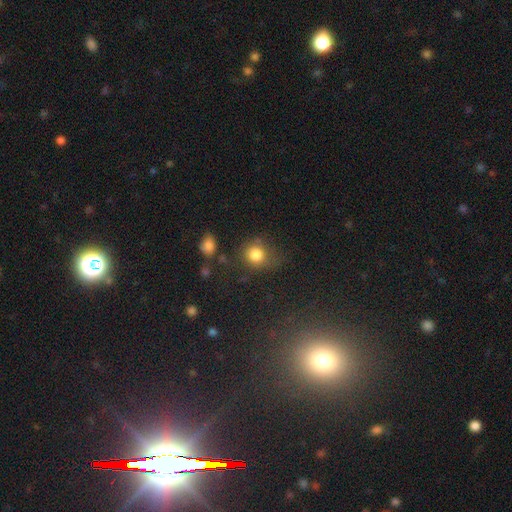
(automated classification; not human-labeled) smooth_or_featured: smooth (p=0.81) [alt: star or artifact p=0.12]
how_rounded: round (p=0.80) [alt: in between p=0.19]
merging: none (p=0.61) [alt: minor disturbance p=0.22]